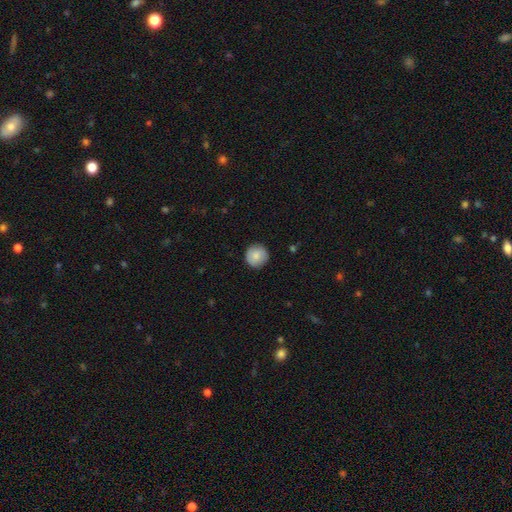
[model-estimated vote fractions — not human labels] smooth-or-featured: smooth: 79% | featured or disk: 14% | star or artifact: 7%
  how-rounded: round: 95% | in between: 4% | cigar-shaped: 1%
  merging: none: 88% | minor disturbance: 9% | major disturbance: 2% | merger: 1%